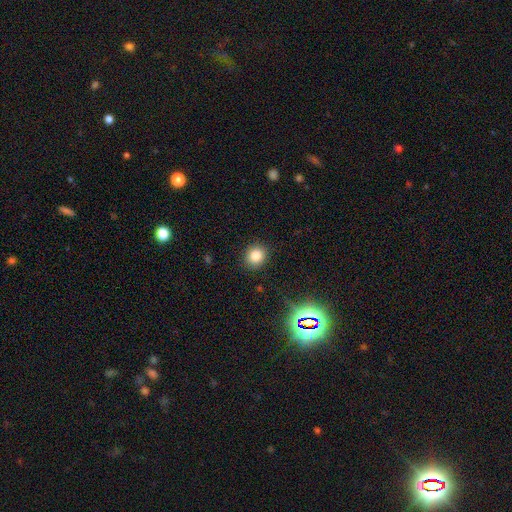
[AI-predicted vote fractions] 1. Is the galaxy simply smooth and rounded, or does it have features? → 82% smooth, 12% star or artifact, 6% featured or disk.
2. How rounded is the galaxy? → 79% round, 20% in between, 1% cigar-shaped.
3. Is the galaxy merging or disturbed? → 89% none, 7% minor disturbance, 2% major disturbance, 1% merger.